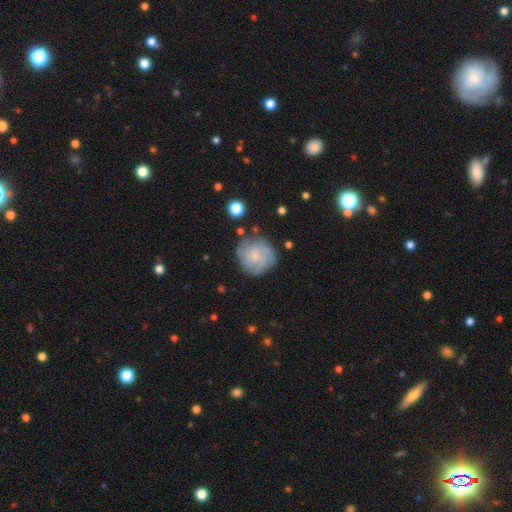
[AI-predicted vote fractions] Morphology: type=featured or disk (56%); edge-on=no (98%); bar=no (76%); spiral arms=yes (86%); bulge=small (57%); merging=none (76%).